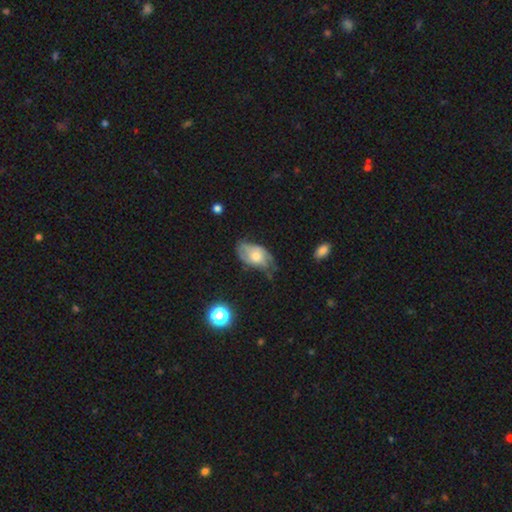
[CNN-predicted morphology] Smooth or featured? Predicted: featured or disk (p=0.56). Edge-on disk? Predicted: no (p=0.93). Bar? Predicted: no (p=0.78). Spiral arms? Predicted: yes (p=0.73). Bulge size? Predicted: moderate (p=0.58). Merging? Predicted: none (p=0.46).